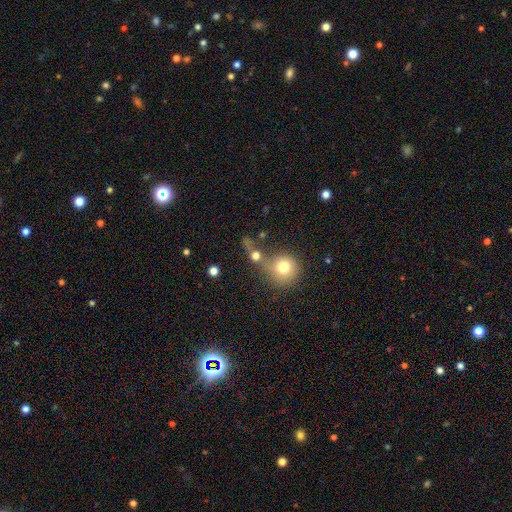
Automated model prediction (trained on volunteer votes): This appears to be a smooth galaxy with no disk features (70%) that is round (79%). Merging: merger (41%).